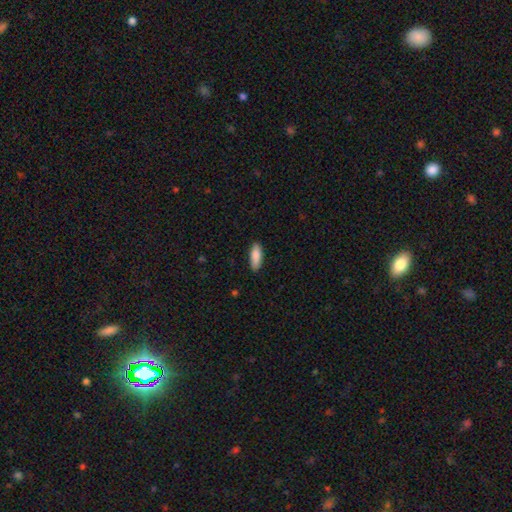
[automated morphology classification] This is clearly a smooth galaxy (86%). How rounded: likely in between (65%). Merging: clearly none (86%).